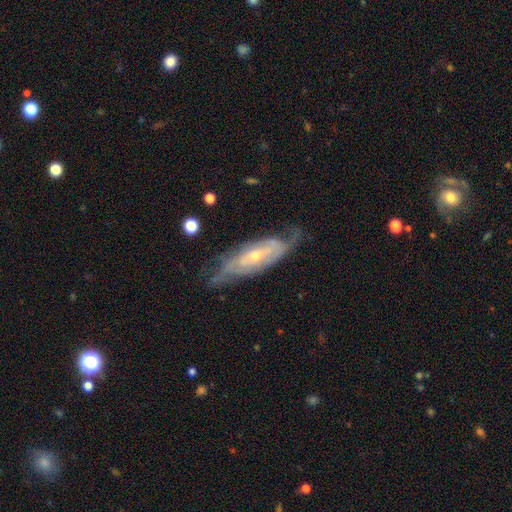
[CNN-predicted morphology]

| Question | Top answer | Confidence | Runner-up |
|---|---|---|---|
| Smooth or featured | featured or disk | 80% | smooth (14%) |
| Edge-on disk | no | 79% | yes (21%) |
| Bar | no | 56% | weak (31%) |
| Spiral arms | yes | 86% | no (14%) |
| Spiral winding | tight | 53% | medium (34%) |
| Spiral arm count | can't tell | 44% | 2 (38%) |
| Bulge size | small | 62% | moderate (35%) |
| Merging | none | 61% | minor disturbance (25%) |